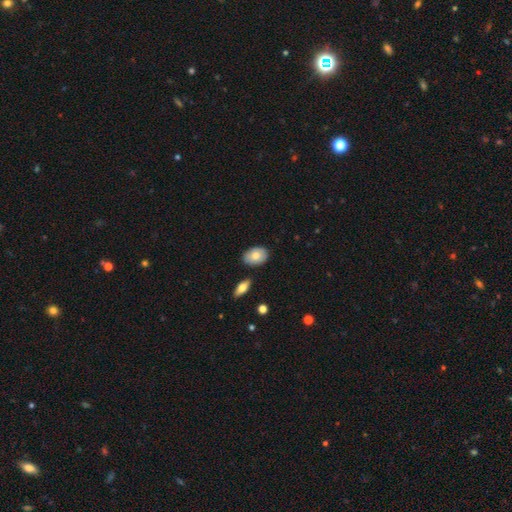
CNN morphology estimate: A smooth galaxy with no disk features (74%) that is in between round and cigar-shaped (85%).

Vote fractions:
- Smooth or featured? smooth: 74% / featured or disk: 20% / star or artifact: 6%
- How rounded? in between: 85% / round: 13% / cigar-shaped: 2%
- Merging? none: 81% / minor disturbance: 13% / merger: 4% / major disturbance: 2%